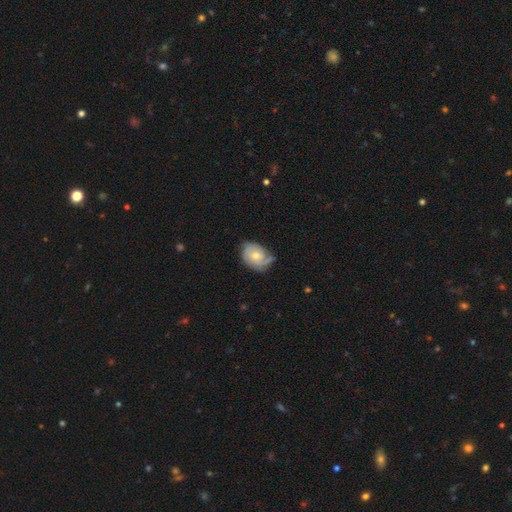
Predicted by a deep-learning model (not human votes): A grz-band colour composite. It shows a featured or disk galaxy (58%) with no bar (79%), spiral arms (82%) and a moderate central bulge (50%). Merging: none (53%).